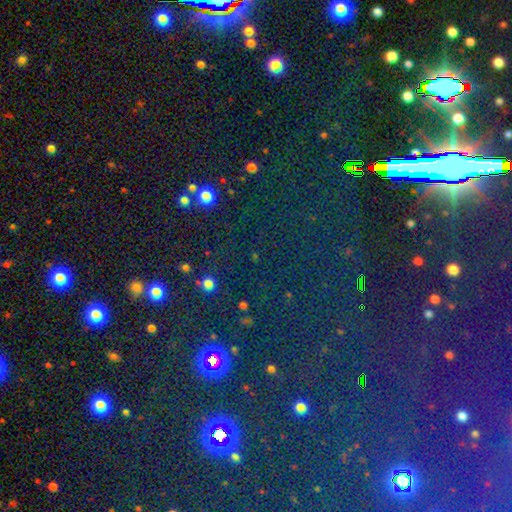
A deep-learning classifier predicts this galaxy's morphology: star or artifact 76%, smooth 16%, featured or disk 8%.